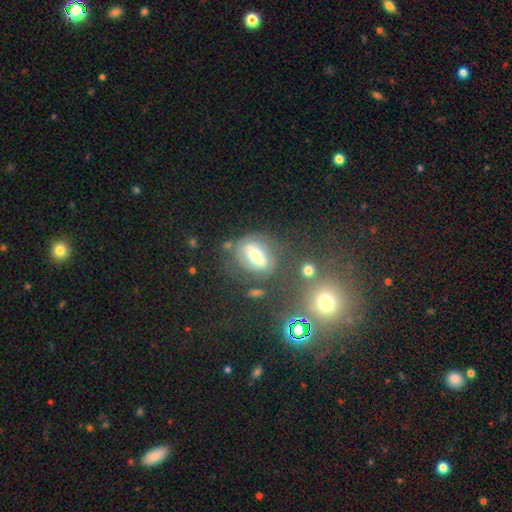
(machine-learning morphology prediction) Smooth or featured: featured or disk — 51% (smooth — 37%)
Edge-on disk: no — 86% (yes — 14%)
Merging: none — 64% (minor disturbance — 17%)